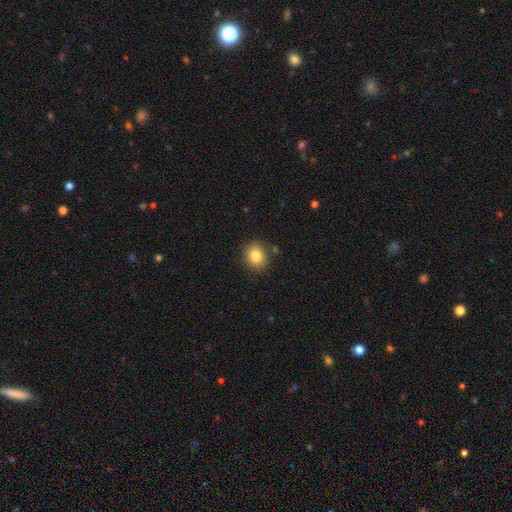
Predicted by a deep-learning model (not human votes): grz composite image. It shows a smooth galaxy with no disk features (83%) that is round (64%). Merging: none (86%).